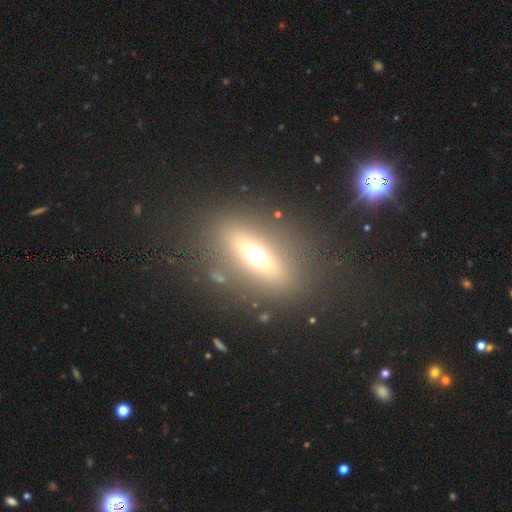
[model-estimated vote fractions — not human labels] smooth 45%, featured or disk 39%, star or artifact 16%. Down the decision tree: merging — none (82%).